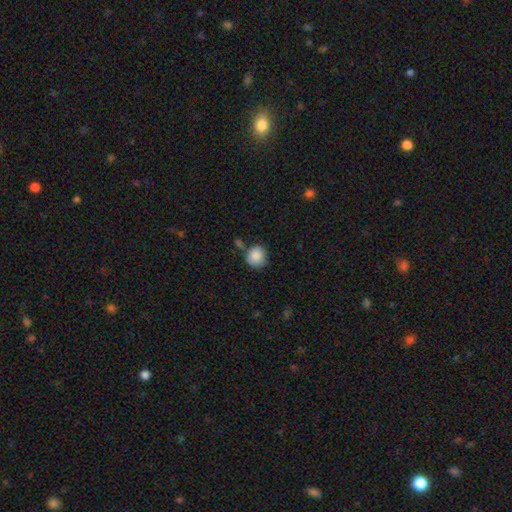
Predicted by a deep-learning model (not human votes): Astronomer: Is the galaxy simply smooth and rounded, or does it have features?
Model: smooth — 88%.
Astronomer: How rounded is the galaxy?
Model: round — 87%.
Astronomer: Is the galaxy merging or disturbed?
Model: none — 68%.